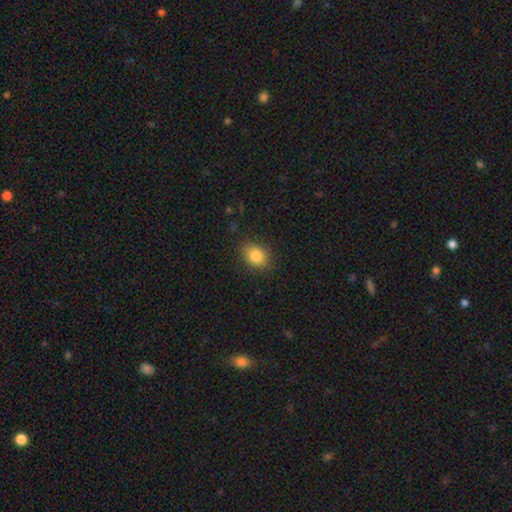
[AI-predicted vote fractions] smooth-or-featured: smooth: 84% | star or artifact: 9% | featured or disk: 6%
  how-rounded: in between: 61% | round: 38% | cigar-shaped: 1%
  merging: none: 83% | minor disturbance: 12% | major disturbance: 3% | merger: 1%